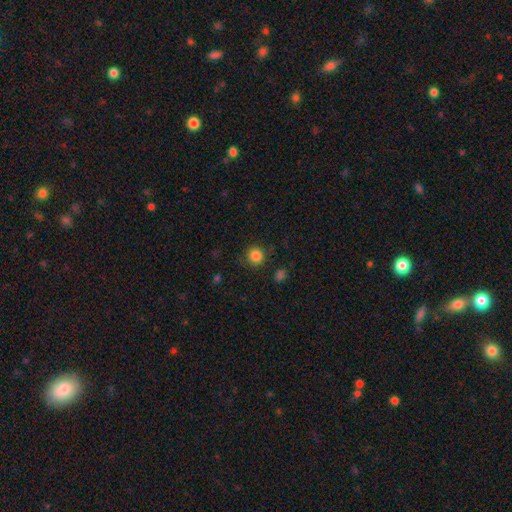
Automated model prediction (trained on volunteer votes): A smooth galaxy with no disk features (85%) that is round (92%).

Vote fractions:
- Smooth or featured? smooth: 85% / star or artifact: 11% / featured or disk: 4%
- How rounded? round: 92% / in between: 8% / cigar-shaped: 1%
- Merging? none: 87% / minor disturbance: 9% / major disturbance: 3% / merger: 2%